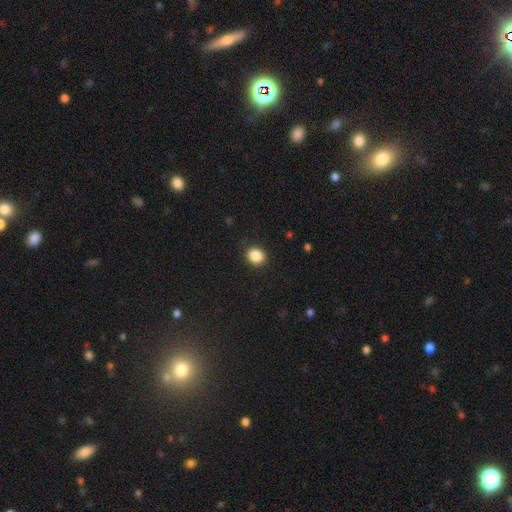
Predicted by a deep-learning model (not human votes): smooth-or-featured: smooth: 87% | star or artifact: 10% | featured or disk: 4%
  how-rounded: round: 73% | in between: 26% | cigar-shaped: 1%
  merging: none: 88% | minor disturbance: 8% | major disturbance: 2% | merger: 1%